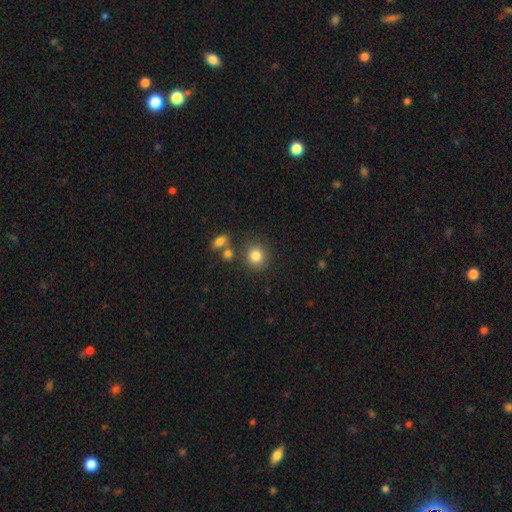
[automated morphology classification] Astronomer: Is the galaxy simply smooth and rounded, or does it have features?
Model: smooth — 83%.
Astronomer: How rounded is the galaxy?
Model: round — 86%.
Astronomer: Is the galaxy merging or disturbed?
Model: none — 78%.